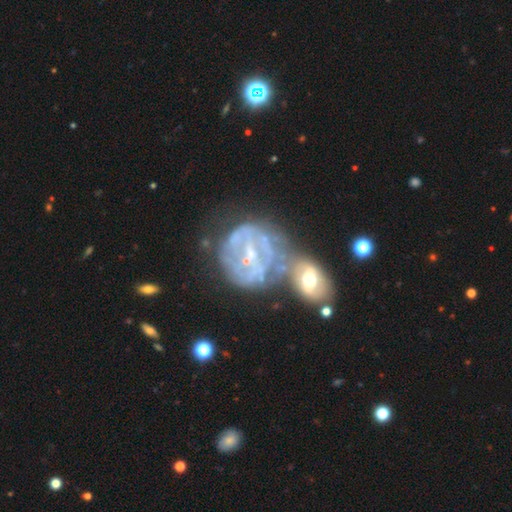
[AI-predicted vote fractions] featured or disk 78%, star or artifact 11%, smooth 10%. Down the decision tree: edge-on disk — no (95%); bar — no (48%); spiral arms — yes (85%); spiral arm count — 2 (38%); spiral winding — tight (65%); bulge size — small (73%); merging — merger (40%).